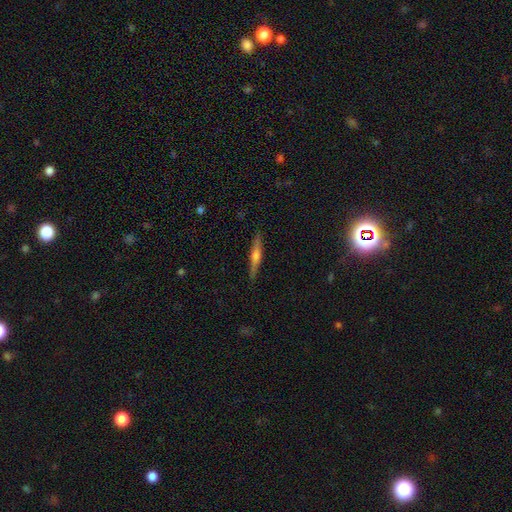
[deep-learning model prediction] This appears to be a featured or disk galaxy (63%) viewed edge-on (97%) with a rounded central bulge (80%). Merging: none (89%).